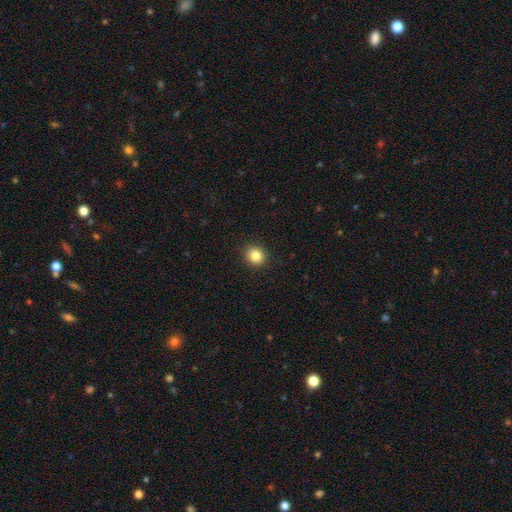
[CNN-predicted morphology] Q: Smooth or featured?
A: smooth (85%); runner-up: star or artifact (10%)
Q: How rounded?
A: round (87%); runner-up: in between (12%)
Q: Merging?
A: none (91%); runner-up: minor disturbance (6%)